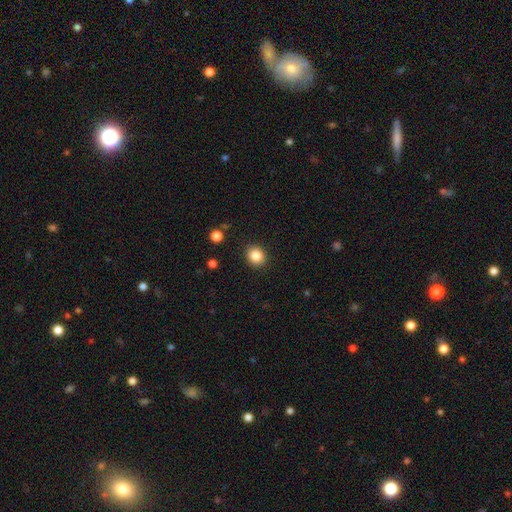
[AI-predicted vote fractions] The model was most divided on "how rounded": round: 74%, in between: 26%, cigar-shaped: 1%. More confident: merging — none (90%); smooth or featured — smooth (85%).